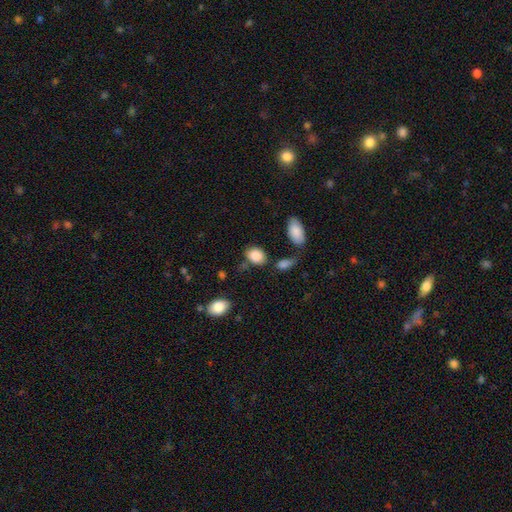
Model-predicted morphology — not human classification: Smooth or featured? smooth (87%)
How rounded? in between (71%)
Merging? none (66%)